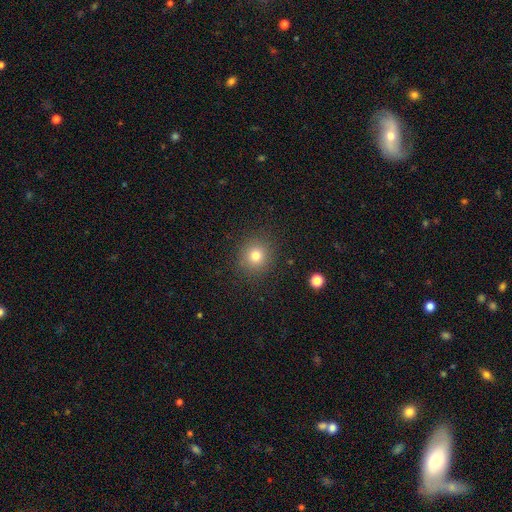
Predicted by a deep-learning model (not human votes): Smooth or featured: smooth — 78% (star or artifact — 14%)
How rounded: round — 90% (in between — 9%)
Merging: none — 88% (minor disturbance — 7%)